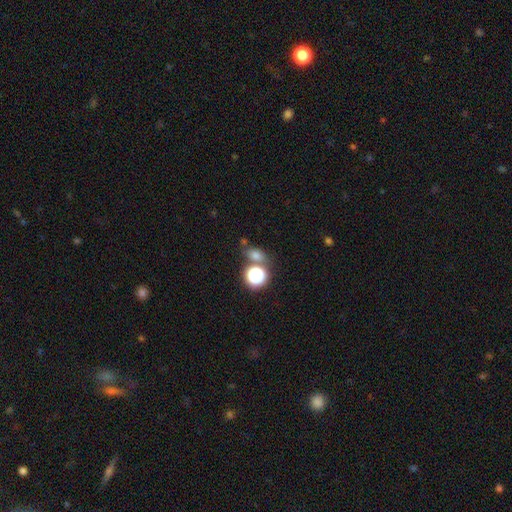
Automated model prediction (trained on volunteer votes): Smooth or featured: smooth — 65% (star or artifact — 26%)
How rounded: in between — 49% (round — 48%)
Merging: none — 67% (merger — 18%)